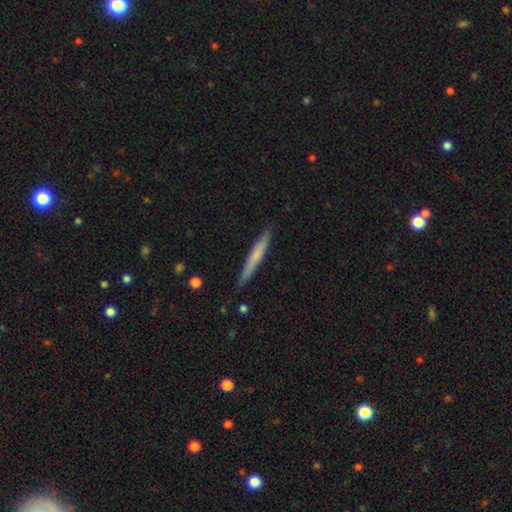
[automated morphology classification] This is likely a smooth galaxy (62%). How rounded: clearly cigar-shaped (96%). Merging: clearly none (88%).